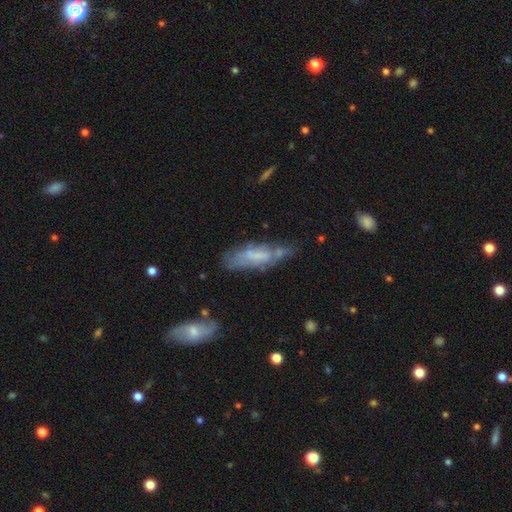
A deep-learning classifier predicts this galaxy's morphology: Overall: smooth (47%; featured or disk 44%). Merging: none (44%; minor disturbance 29%).